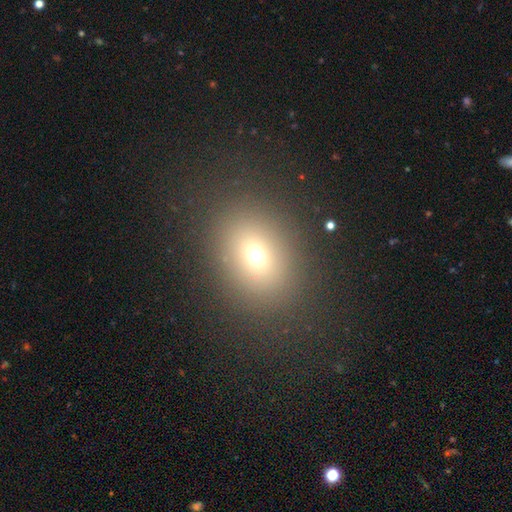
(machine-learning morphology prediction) Smooth or featured?
  - smooth: 68% *
  - star or artifact: 20%
  - featured or disk: 12%
How rounded?
  - round: 52% *
  - in between: 46%
  - cigar-shaped: 1%
Merging?
  - none: 85% *
  - minor disturbance: 8%
  - major disturbance: 6%
  - merger: 2%